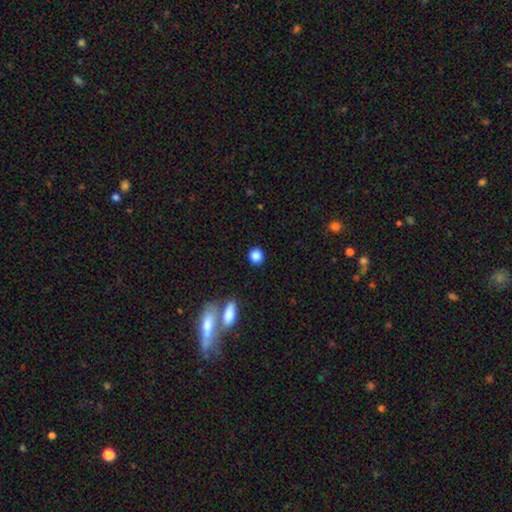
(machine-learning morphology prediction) Smooth or featured? smooth (87%)
How rounded? round (85%)
Merging? none (87%)